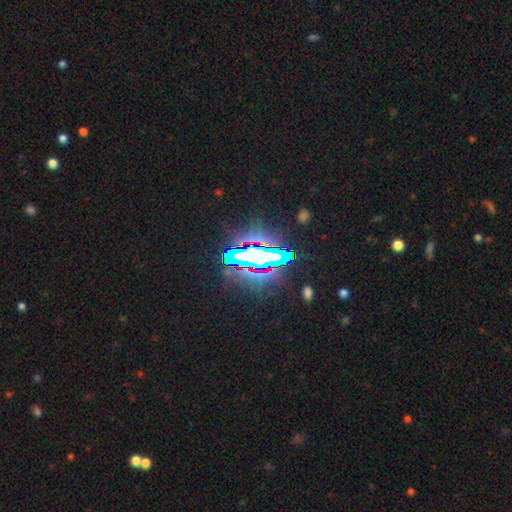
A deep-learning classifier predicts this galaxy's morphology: This is likely a star or artifact rather than a galaxy (67%).